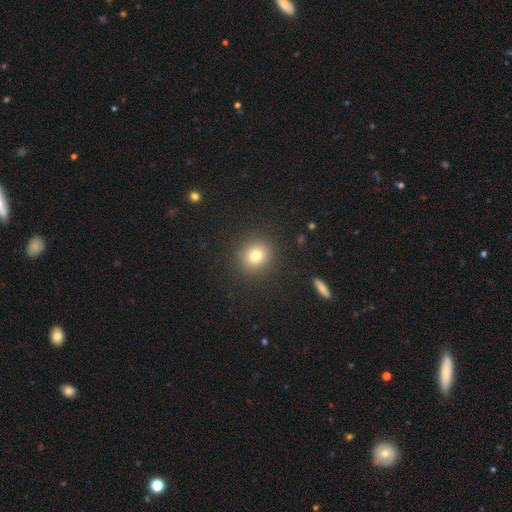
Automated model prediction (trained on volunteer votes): Smooth or featured?
  - smooth: 78% *
  - star or artifact: 13%
  - featured or disk: 8%
How rounded?
  - round: 87% *
  - in between: 12%
  - cigar-shaped: 1%
Merging?
  - none: 90% *
  - minor disturbance: 6%
  - major disturbance: 3%
  - merger: 1%